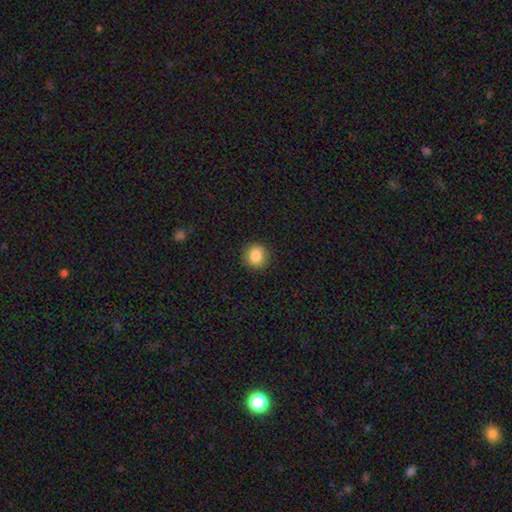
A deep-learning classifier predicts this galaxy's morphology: Q: Smooth or featured?
A: smooth (85%); runner-up: star or artifact (10%)
Q: How rounded?
A: round (86%); runner-up: in between (13%)
Q: Merging?
A: none (90%); runner-up: minor disturbance (7%)